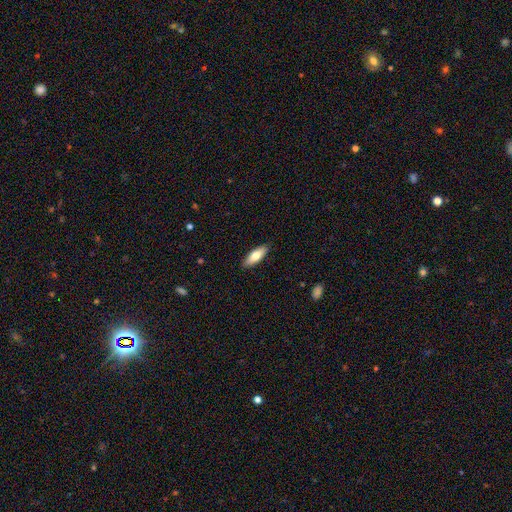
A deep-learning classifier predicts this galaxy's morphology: Overall: smooth (72%). How rounded: in between (61%; cigar-shaped 37%). Merging: none (89%).